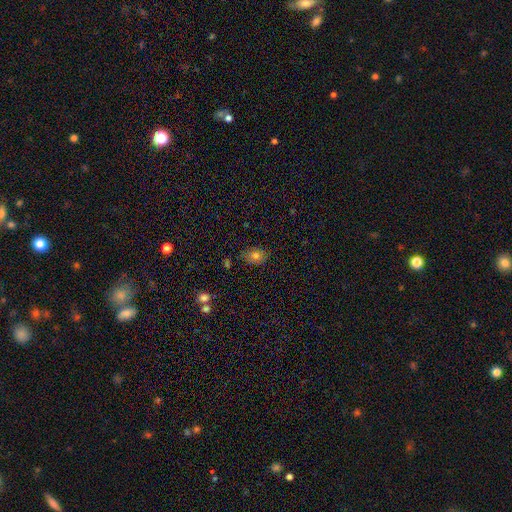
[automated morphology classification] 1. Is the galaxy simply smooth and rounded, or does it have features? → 77% smooth, 12% star or artifact, 11% featured or disk.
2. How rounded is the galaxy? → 68% in between, 30% round, 1% cigar-shaped.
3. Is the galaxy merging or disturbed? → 79% none, 16% minor disturbance, 3% major disturbance, 2% merger.